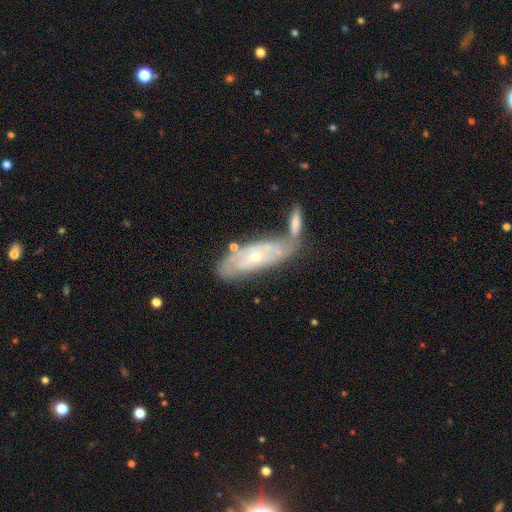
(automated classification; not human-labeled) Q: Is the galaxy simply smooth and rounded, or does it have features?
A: featured or disk — 76%.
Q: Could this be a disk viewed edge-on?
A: no — 85%.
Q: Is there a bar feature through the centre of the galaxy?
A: no — 71%.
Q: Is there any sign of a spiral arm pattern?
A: yes — 80%.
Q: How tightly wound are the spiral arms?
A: tight — 67%.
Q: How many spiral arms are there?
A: can't tell — 52%.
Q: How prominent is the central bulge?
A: small — 60%.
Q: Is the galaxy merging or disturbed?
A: none — 47%.